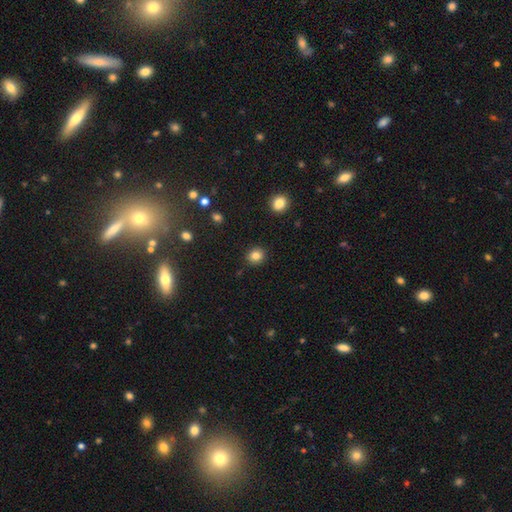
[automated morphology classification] The model was most divided on "how rounded": round: 80%, in between: 19%, cigar-shaped: 1%. More confident: merging — none (90%); smooth or featured — smooth (83%).